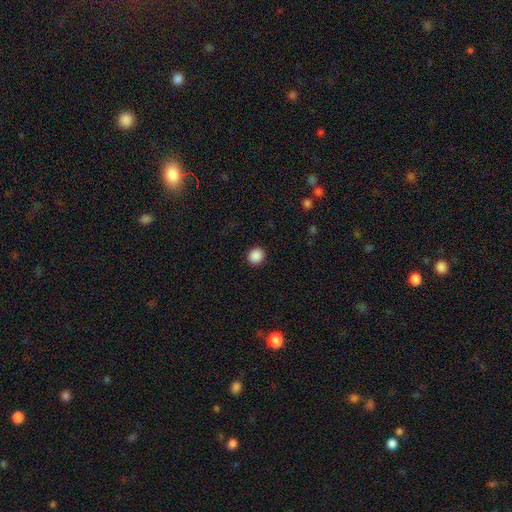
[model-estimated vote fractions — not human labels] Smooth or featured? smooth (89%)
How rounded? round (80%)
Merging? none (91%)